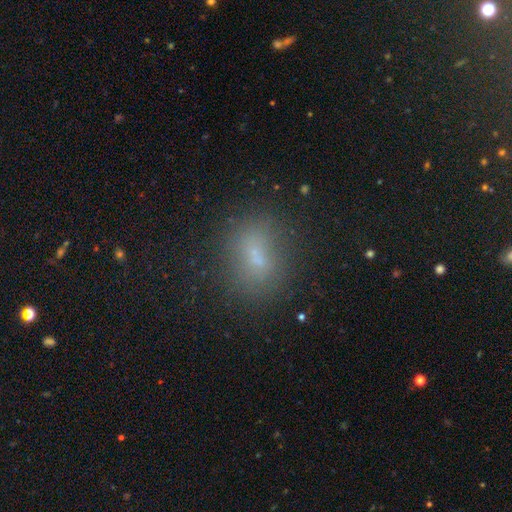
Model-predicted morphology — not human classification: smooth 66%, star or artifact 17%, featured or disk 17%. Down the decision tree: how rounded — in between (63%); merging — none (70%).